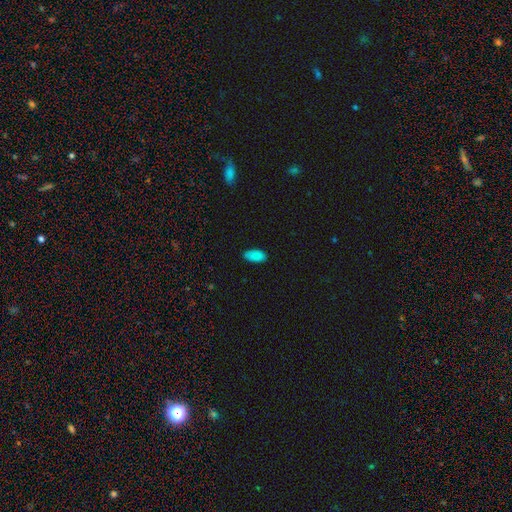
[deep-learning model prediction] The model was most divided on "merging": none: 82%, minor disturbance: 14%, major disturbance: 2%, merger: 1%. More confident: how rounded — in between (93%); smooth or featured — smooth (88%).